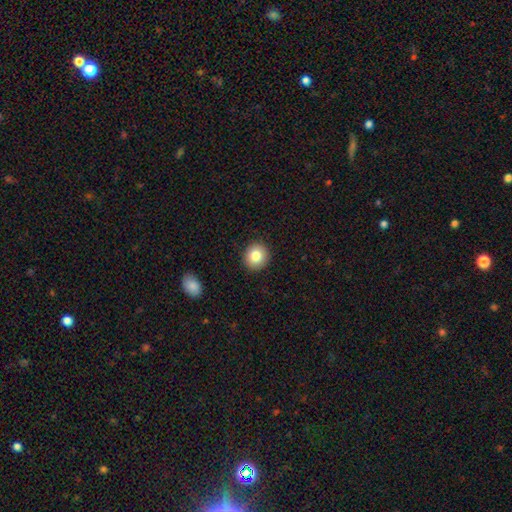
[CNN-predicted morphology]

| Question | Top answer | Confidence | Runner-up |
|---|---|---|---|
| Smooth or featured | smooth | 82% | star or artifact (9%) |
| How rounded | round | 87% | in between (12%) |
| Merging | none | 91% | minor disturbance (6%) |